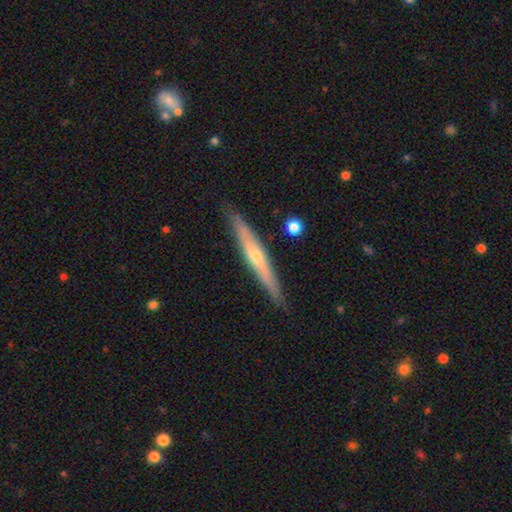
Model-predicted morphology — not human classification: The model was most divided on "smooth or featured": featured or disk: 66%, smooth: 28%, star or artifact: 6%. More confident: edge-on disk — yes (95%); merging — none (89%); edge-on bulge — rounded (71%).